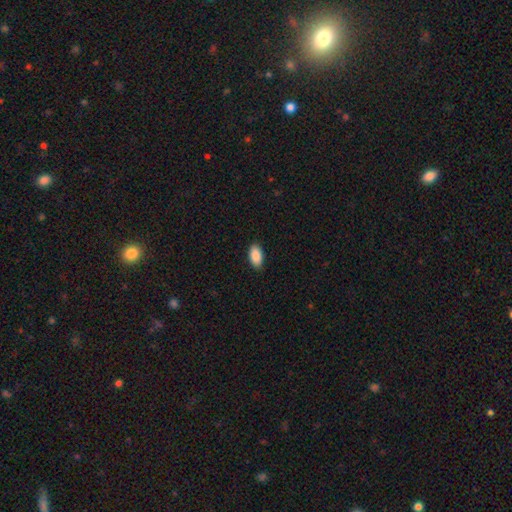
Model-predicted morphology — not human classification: smooth 90%, star or artifact 6%, featured or disk 4%. Down the decision tree: how rounded — in between (94%); merging — none (88%).